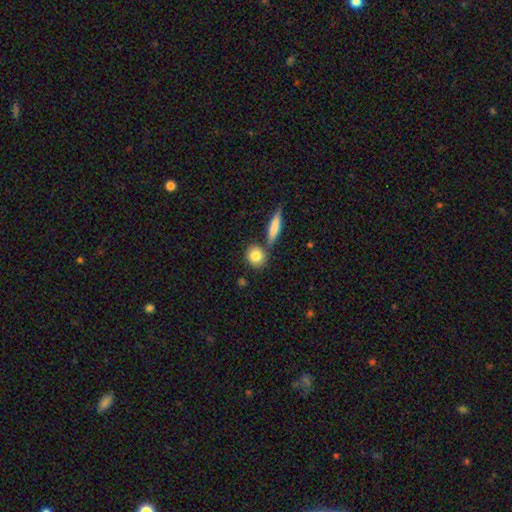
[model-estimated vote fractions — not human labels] This appears to be a smooth galaxy with no disk features (83%) that is round (73%). Merging: none (68%).